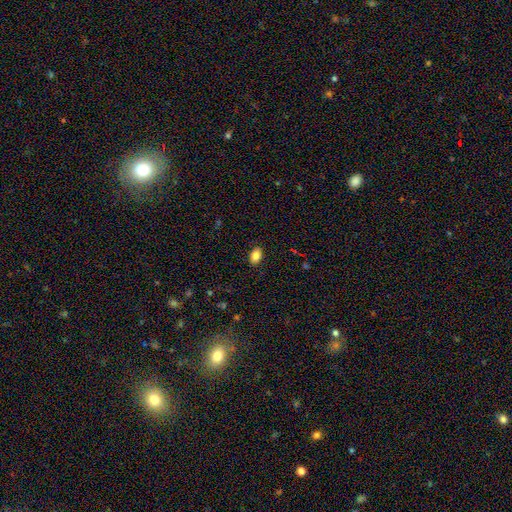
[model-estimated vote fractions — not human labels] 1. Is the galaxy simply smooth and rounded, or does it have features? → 85% smooth, 9% star or artifact, 6% featured or disk.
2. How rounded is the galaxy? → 85% in between, 13% round, 1% cigar-shaped.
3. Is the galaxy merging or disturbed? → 87% none, 10% minor disturbance, 2% major disturbance, 1% merger.